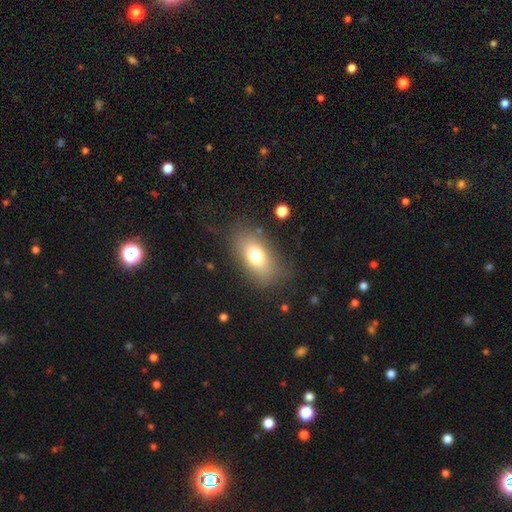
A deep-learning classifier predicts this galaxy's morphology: A smooth galaxy with no disk features (72%) that is in between round and cigar-shaped (86%). Merging: none (77%).